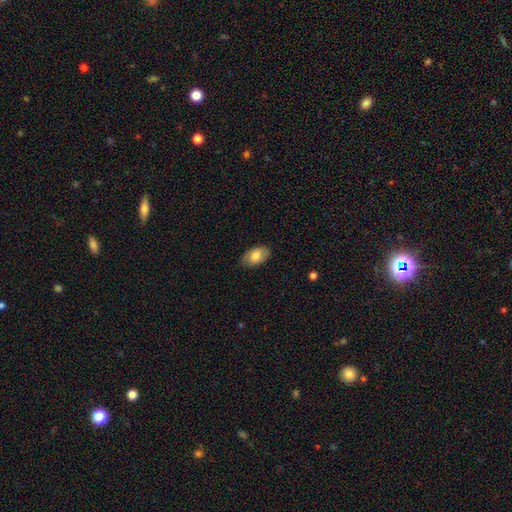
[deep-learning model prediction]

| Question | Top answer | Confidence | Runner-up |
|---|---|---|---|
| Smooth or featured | smooth | 74% | featured or disk (19%) |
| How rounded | in between | 93% | round (6%) |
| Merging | none | 81% | minor disturbance (15%) |